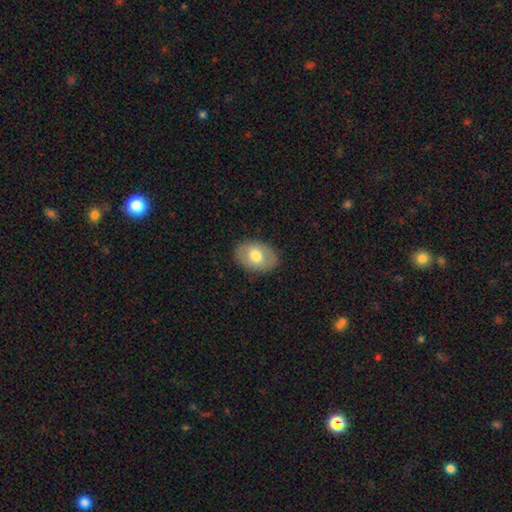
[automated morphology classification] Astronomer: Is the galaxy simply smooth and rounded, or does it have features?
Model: smooth — 67%.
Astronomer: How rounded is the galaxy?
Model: in between — 78%.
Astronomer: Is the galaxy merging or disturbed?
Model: none — 85%.